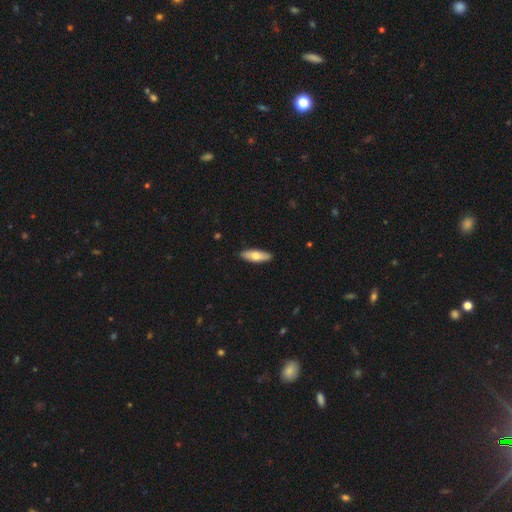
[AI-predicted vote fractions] smooth_or_featured: smooth (p=0.70) [alt: featured or disk p=0.24]
how_rounded: in between (p=0.55) [alt: cigar-shaped p=0.43]
merging: none (p=0.90) [alt: minor disturbance p=0.07]